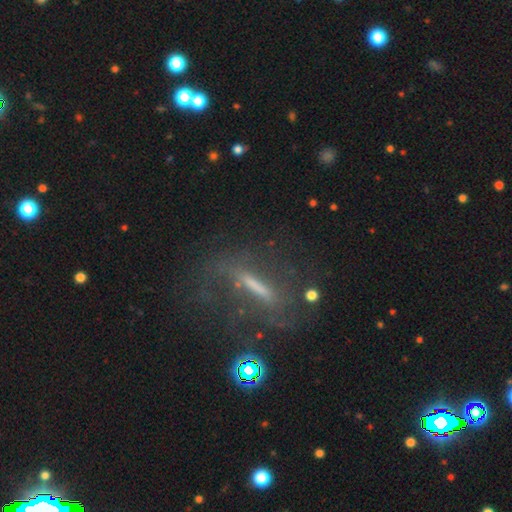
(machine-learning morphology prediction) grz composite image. It shows a featured or disk galaxy (56%) viewed edge-on (51%). Merging: none (65%).